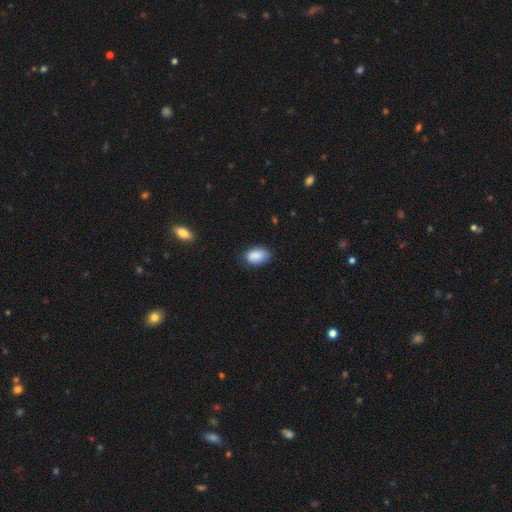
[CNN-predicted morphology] smooth_or_featured: smooth (p=0.88) [alt: star or artifact p=0.07]
how_rounded: in between (p=0.91) [alt: round p=0.08]
merging: none (p=0.72) [alt: minor disturbance p=0.23]